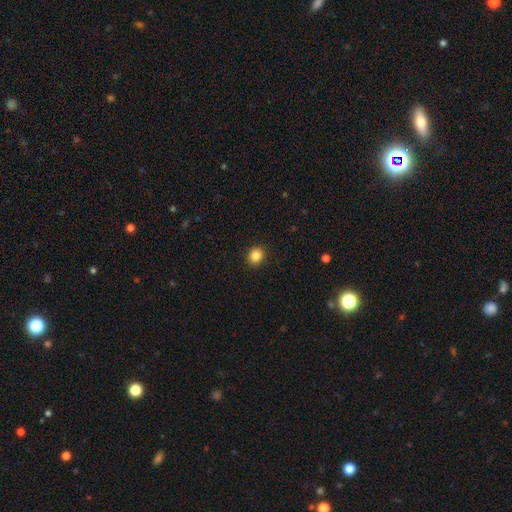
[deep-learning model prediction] Overall: smooth (86%). How rounded: round (75%). Merging: none (92%).